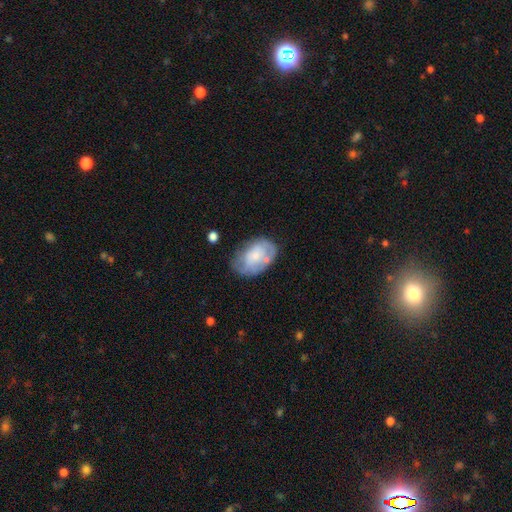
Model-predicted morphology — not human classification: Smooth or featured? Predicted: smooth (p=0.55). How rounded? Predicted: in between (p=0.86). Merging? Predicted: none (p=0.52).